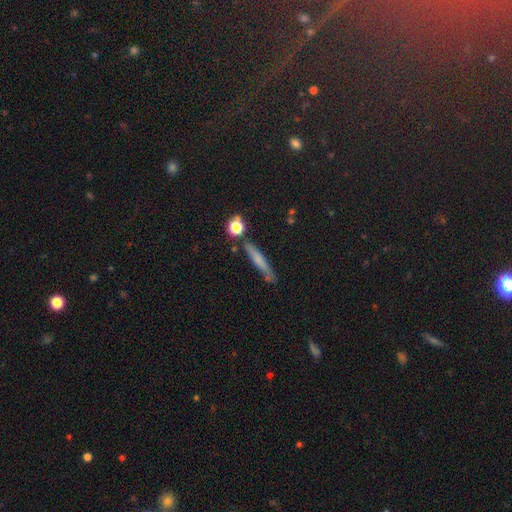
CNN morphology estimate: Smooth or featured: smooth — 55% (featured or disk — 32%)
How rounded: cigar-shaped — 88% (in between — 7%)
Merging: none — 79% (minor disturbance — 13%)